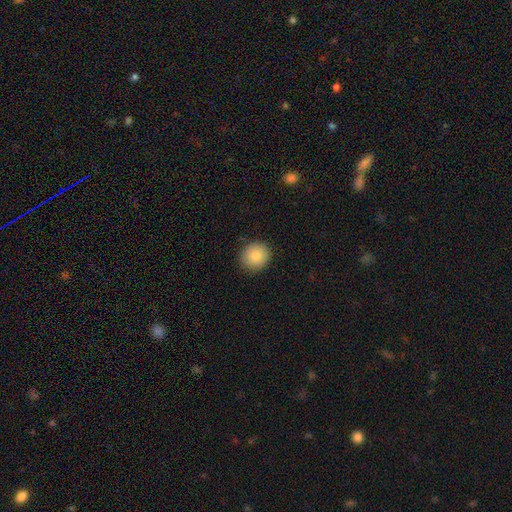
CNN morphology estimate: Smooth or featured: smooth — 85% (star or artifact — 8%)
How rounded: round — 87% (in between — 12%)
Merging: none — 89% (minor disturbance — 8%)